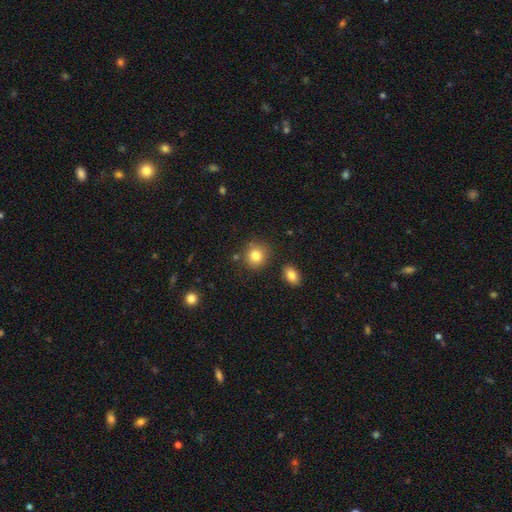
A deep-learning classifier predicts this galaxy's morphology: type=smooth (83%); roundness=round (84%); merging=none (82%).